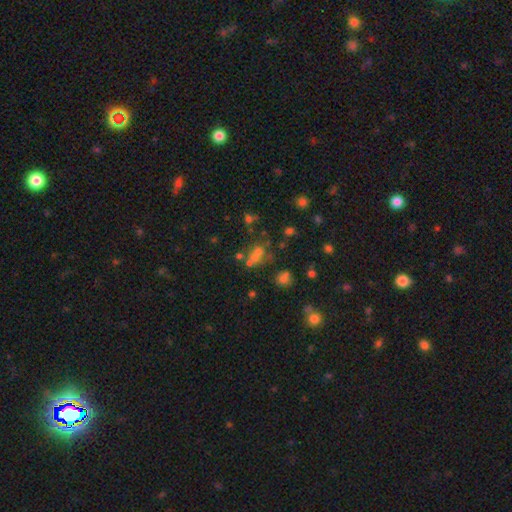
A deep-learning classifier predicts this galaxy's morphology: This is possibly a smooth galaxy (50%). Merging: marginally merger (43%).